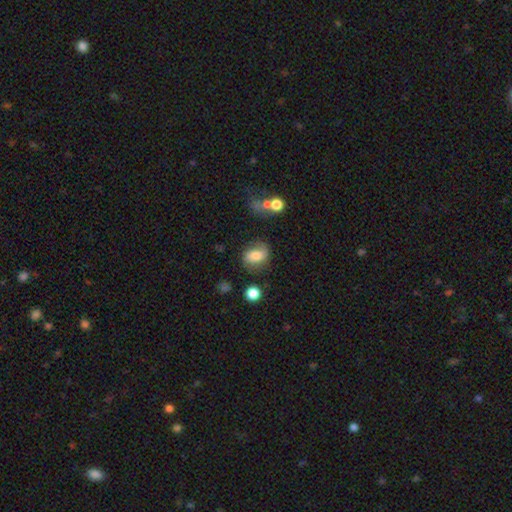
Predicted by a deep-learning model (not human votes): Smooth or featured? Predicted: smooth (p=0.60). How rounded? Predicted: in between (p=0.61). Merging? Predicted: none (p=0.66).